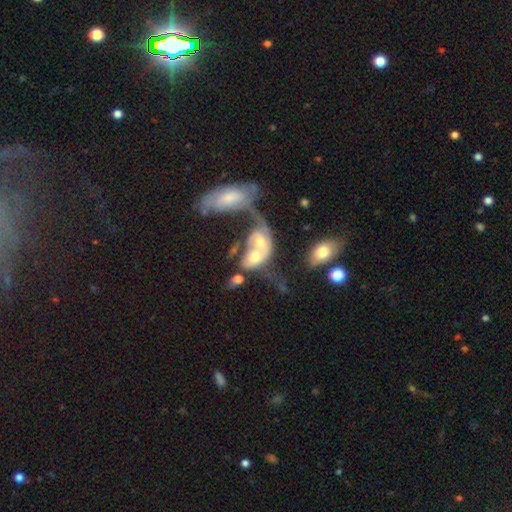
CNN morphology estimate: Overall: featured or disk (48%; smooth 41%). Merging: merger (76%).